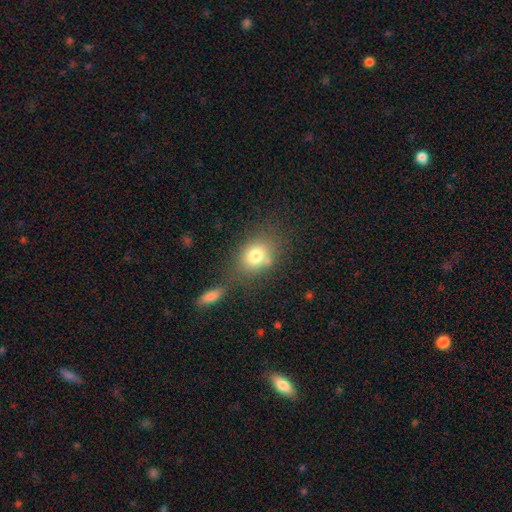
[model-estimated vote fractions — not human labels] A smooth galaxy with no disk features (77%) that is in between round and cigar-shaped (56%).

Vote fractions:
- Smooth or featured? smooth: 77% / featured or disk: 12% / star or artifact: 11%
- How rounded? in between: 56% / round: 42% / cigar-shaped: 1%
- Merging? none: 60% / merger: 18% / minor disturbance: 15% / major disturbance: 7%